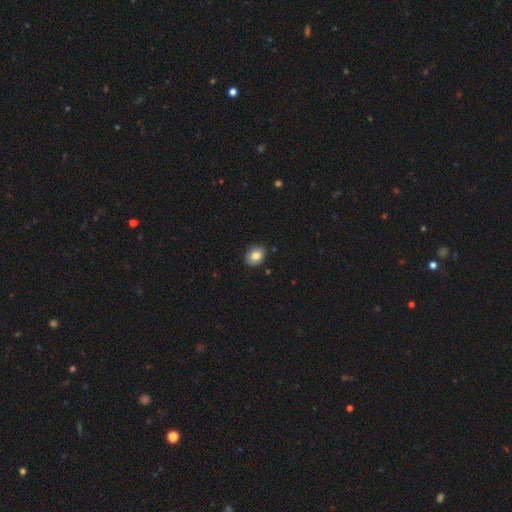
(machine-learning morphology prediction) smooth-or-featured: smooth: 84% | star or artifact: 9% | featured or disk: 7%
  how-rounded: in between: 58% | round: 42% | cigar-shaped: 1%
  merging: none: 87% | minor disturbance: 10% | major disturbance: 2% | merger: 1%